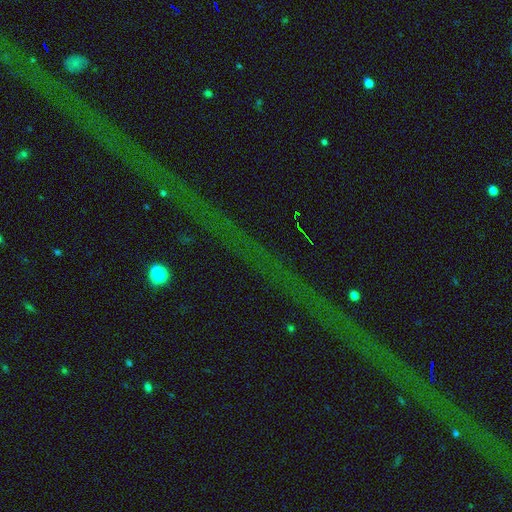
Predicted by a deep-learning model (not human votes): star or artifact 76%, featured or disk 14%, smooth 10%.